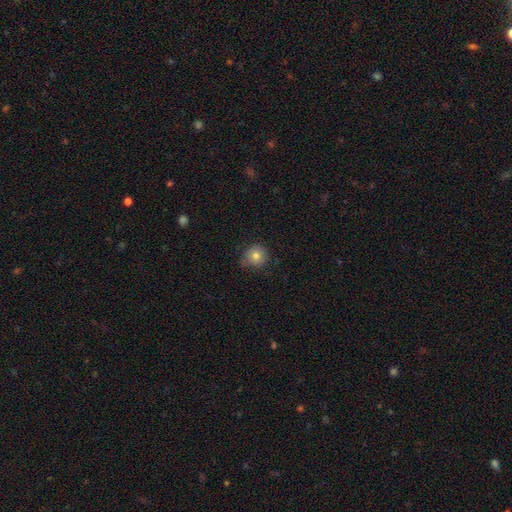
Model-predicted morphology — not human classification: Smooth or featured: smooth — 77% (featured or disk — 12%)
How rounded: round — 90% (in between — 9%)
Merging: none — 71% (minor disturbance — 23%)